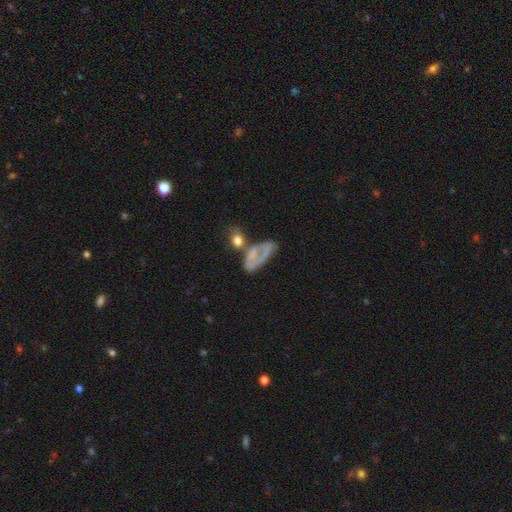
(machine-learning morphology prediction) This is possibly a featured or disk galaxy (46%). Merging: marginally none (34%).